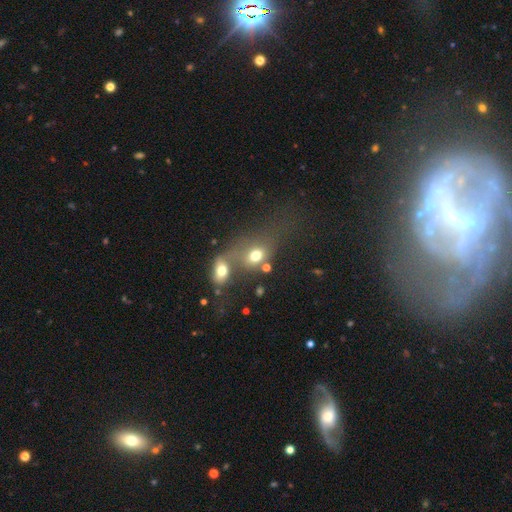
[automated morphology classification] A smooth galaxy with no disk features (71%) that is in between round and cigar-shaped (57%).

Vote fractions:
- Smooth or featured? smooth: 71% / featured or disk: 16% / star or artifact: 13%
- How rounded? in between: 57% / round: 41% / cigar-shaped: 2%
- Merging? merger: 54% / none: 25% / major disturbance: 12% / minor disturbance: 10%